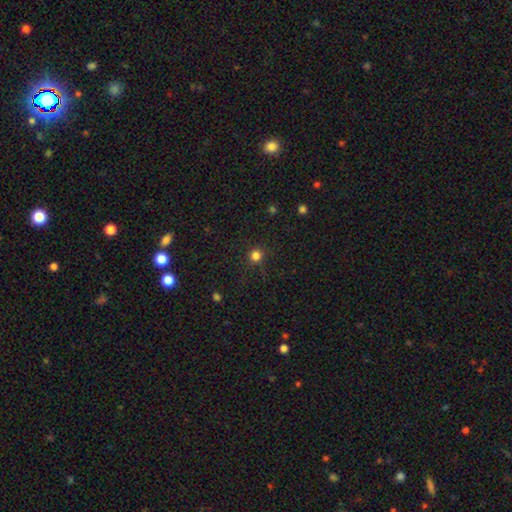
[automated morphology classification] The model was most divided on "smooth or featured": smooth: 81%, star or artifact: 15%, featured or disk: 4%. More confident: how rounded — round (94%); merging — none (88%).